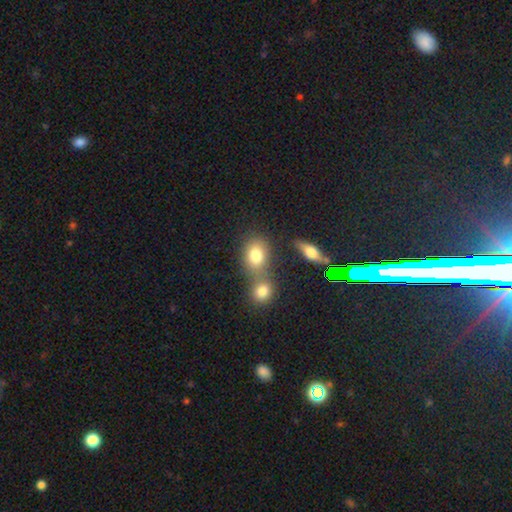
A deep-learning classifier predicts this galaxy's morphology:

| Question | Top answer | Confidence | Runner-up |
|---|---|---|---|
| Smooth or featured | smooth | 79% | star or artifact (11%) |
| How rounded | round | 51% | in between (47%) |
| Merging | merger | 45% | none (42%) |